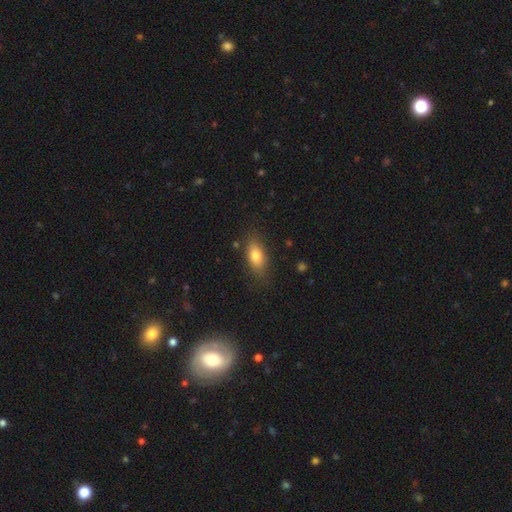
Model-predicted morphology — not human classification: Q: Smooth or featured?
A: smooth (78%); runner-up: featured or disk (13%)
Q: How rounded?
A: in between (84%); runner-up: cigar-shaped (10%)
Q: Merging?
A: none (80%); runner-up: minor disturbance (14%)